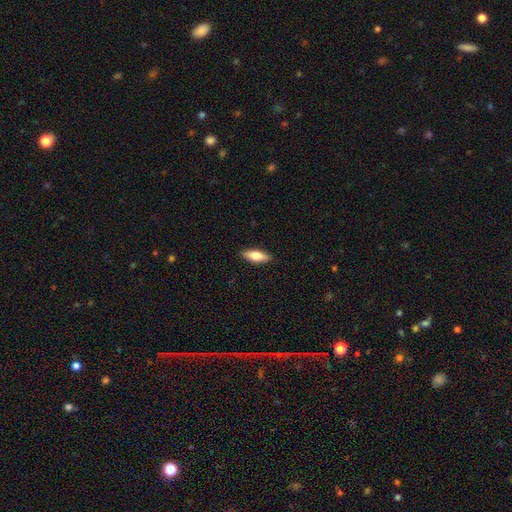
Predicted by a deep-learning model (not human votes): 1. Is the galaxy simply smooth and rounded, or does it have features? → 66% smooth, 28% featured or disk, 6% star or artifact.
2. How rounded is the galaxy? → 59% in between, 39% cigar-shaped, 2% round.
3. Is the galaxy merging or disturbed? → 90% none, 8% minor disturbance, 2% major disturbance, 1% merger.